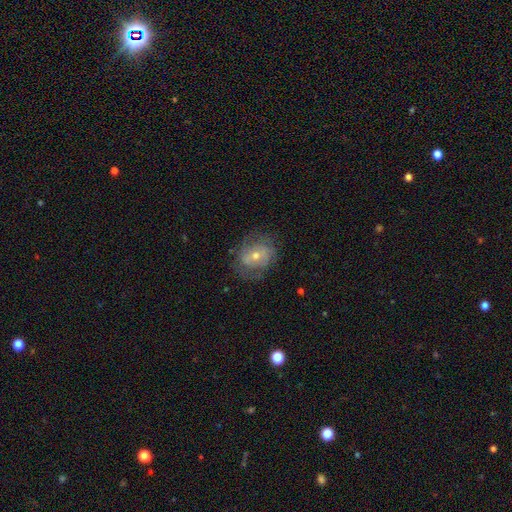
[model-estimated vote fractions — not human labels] A featured or disk galaxy (61%) with no bar (58%), spiral arms (70%) and a moderate central bulge (49%).

Vote fractions:
- Smooth or featured? featured or disk: 61% / smooth: 29% / star or artifact: 10%
- Edge-on disk? no: 96% / yes: 4%
- Bar? no: 58% / weak: 31% / strong: 10%
- Spiral arms? yes: 70% / no: 30%
- Bulge size? moderate: 49% / small: 46% / large: 2% / none: 1% / dominant: 1%
- Merging? none: 71% / minor disturbance: 18% / major disturbance: 10% / merger: 1%